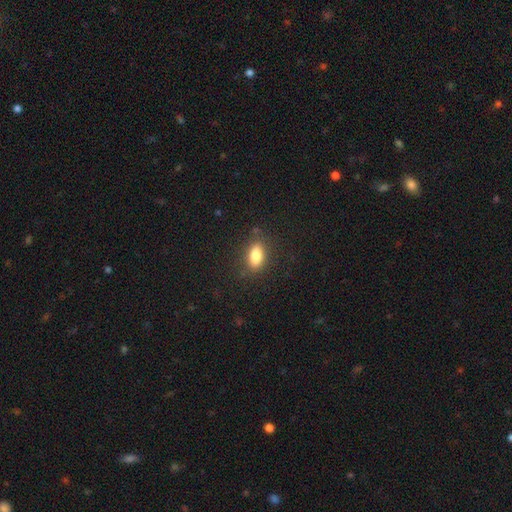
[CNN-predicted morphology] Smooth or featured: smooth — 82% (featured or disk — 9%)
How rounded: in between — 84% (cigar-shaped — 10%)
Merging: none — 83% (minor disturbance — 11%)